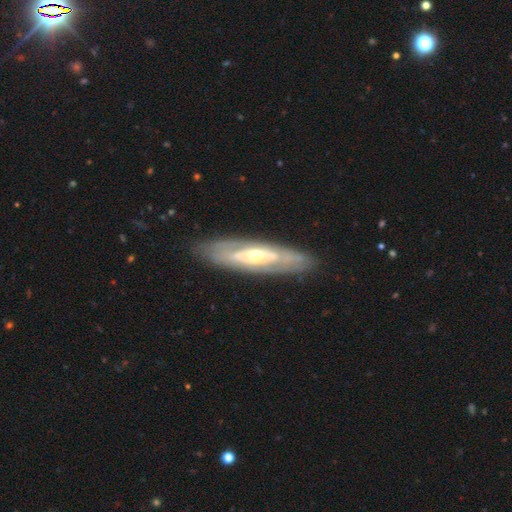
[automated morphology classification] A featured or disk galaxy (74%). Merging: none (84%).